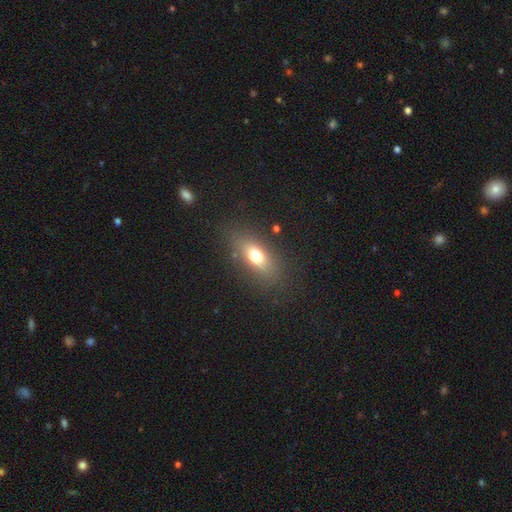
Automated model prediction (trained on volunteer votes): Smooth or featured?
  - smooth: 71% *
  - featured or disk: 19%
  - star or artifact: 11%
How rounded?
  - in between: 77% *
  - cigar-shaped: 15%
  - round: 7%
Merging?
  - none: 81% *
  - minor disturbance: 12%
  - major disturbance: 5%
  - merger: 2%